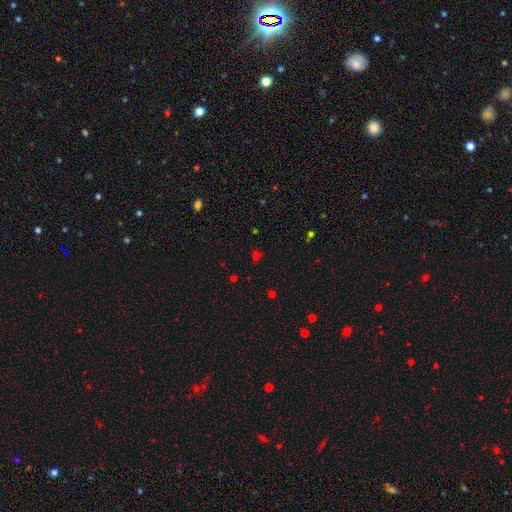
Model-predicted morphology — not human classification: Smooth or featured? star or artifact (47%)